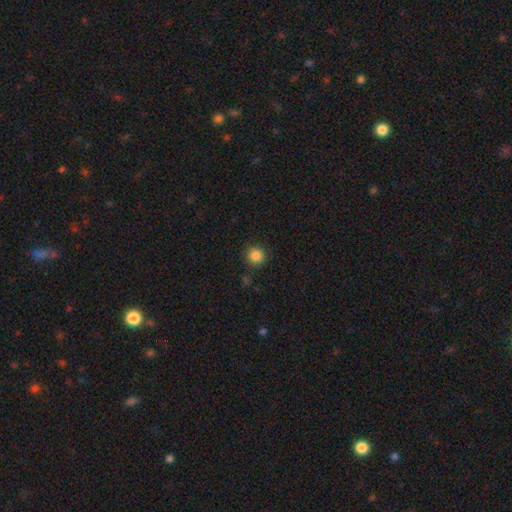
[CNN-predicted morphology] smooth 85%, star or artifact 11%, featured or disk 4%. Down the decision tree: how rounded — round (95%); merging — none (90%).